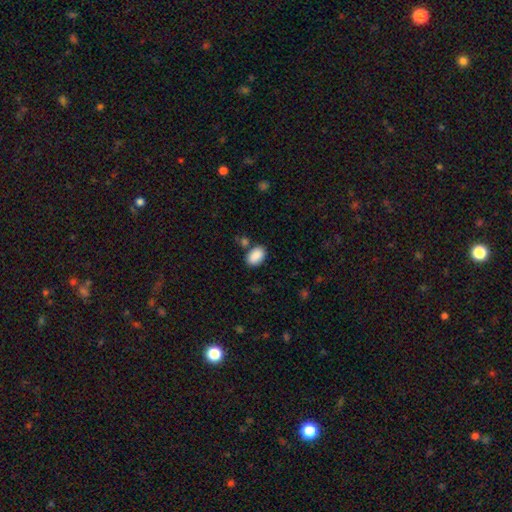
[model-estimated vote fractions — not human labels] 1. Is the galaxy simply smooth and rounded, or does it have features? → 89% smooth, 7% star or artifact, 4% featured or disk.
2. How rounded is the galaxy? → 88% in between, 11% round, 1% cigar-shaped.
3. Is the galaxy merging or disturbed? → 74% none, 13% minor disturbance, 10% merger, 4% major disturbance.